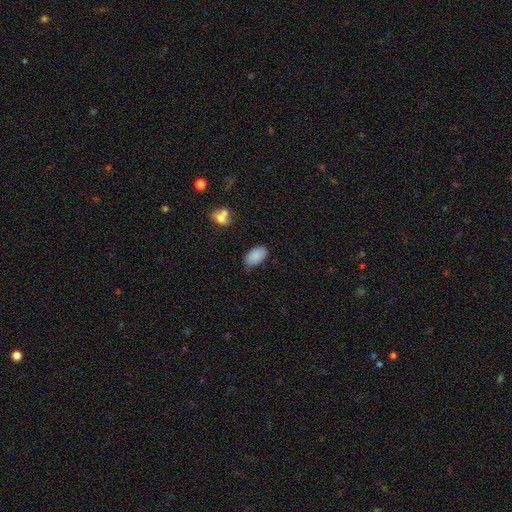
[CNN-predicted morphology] Q: Smooth or featured?
A: smooth (87%); runner-up: star or artifact (8%)
Q: How rounded?
A: in between (94%); runner-up: round (4%)
Q: Merging?
A: none (70%); runner-up: minor disturbance (23%)